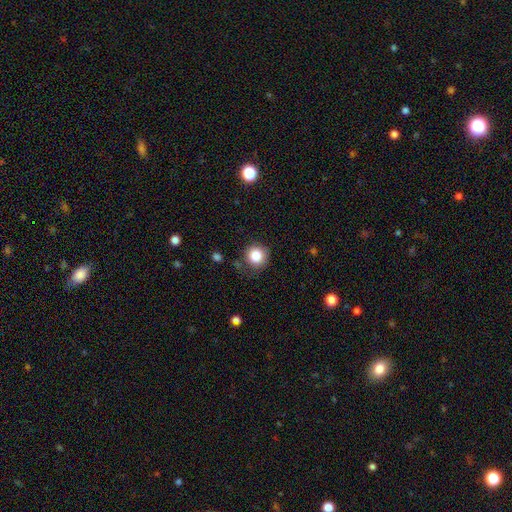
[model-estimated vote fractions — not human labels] Overall: smooth (84%). How rounded: round (93%). Merging: none (82%).